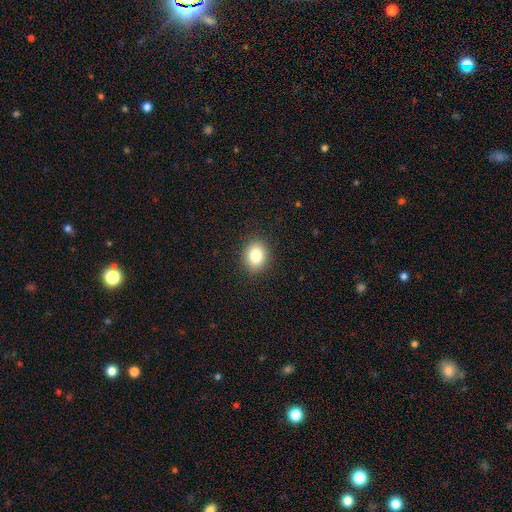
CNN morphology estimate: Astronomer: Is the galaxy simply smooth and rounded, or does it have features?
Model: smooth — 82%.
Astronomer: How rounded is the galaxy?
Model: round — 50% (runner-up: in between, 49%).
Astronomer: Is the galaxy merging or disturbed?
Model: none — 90%.